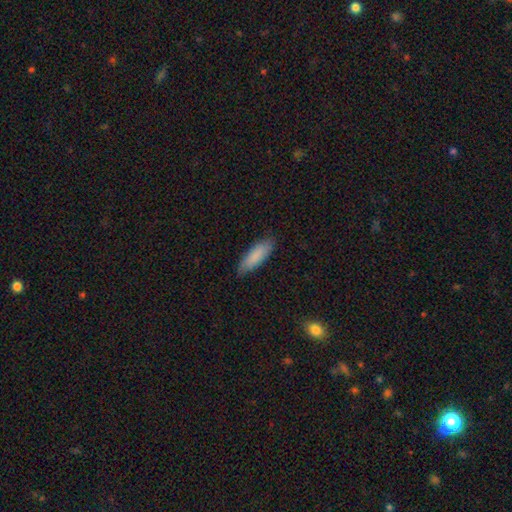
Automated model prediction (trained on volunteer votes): smooth_or_featured: smooth (p=0.86) [alt: featured or disk p=0.08]
how_rounded: in between (p=0.52) [alt: cigar-shaped p=0.47]
merging: none (p=0.84) [alt: minor disturbance p=0.13]